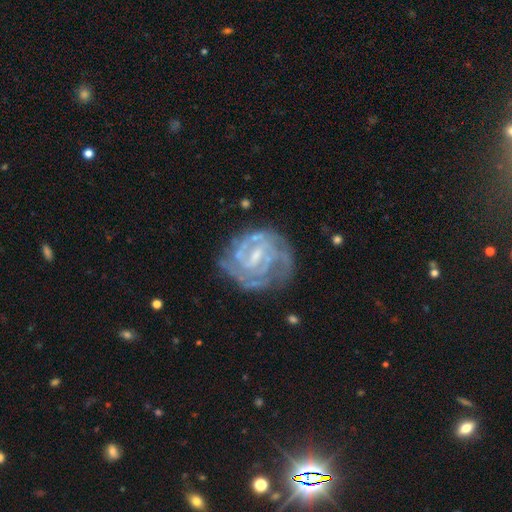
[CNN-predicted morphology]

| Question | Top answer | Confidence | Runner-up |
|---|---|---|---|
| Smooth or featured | featured or disk | 86% | smooth (8%) |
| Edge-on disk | no | 98% | yes (2%) |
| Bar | weak | 55% | strong (23%) |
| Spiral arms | yes | 93% | no (7%) |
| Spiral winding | tight | 66% | medium (28%) |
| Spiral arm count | can't tell | 32% | 2 (26%) |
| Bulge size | small | 52% | moderate (26%) |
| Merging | none | 69% | minor disturbance (19%) |